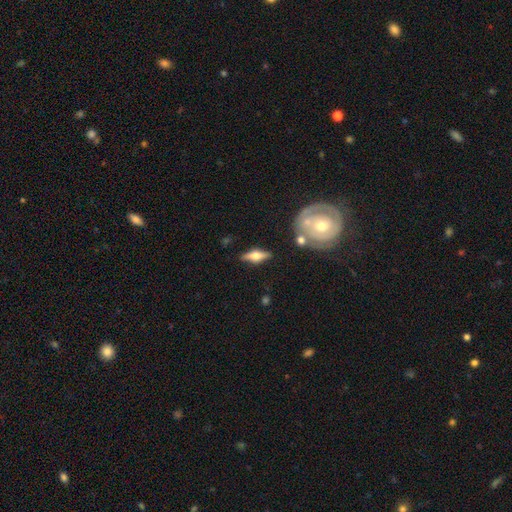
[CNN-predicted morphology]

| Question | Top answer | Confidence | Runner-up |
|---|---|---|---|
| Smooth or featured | featured or disk | 62% | smooth (32%) |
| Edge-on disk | yes | 91% | no (9%) |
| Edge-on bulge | rounded | 92% | boxy (6%) |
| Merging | none | 83% | minor disturbance (11%) |